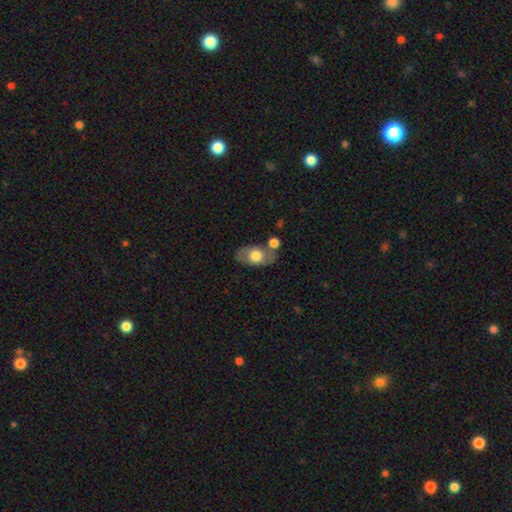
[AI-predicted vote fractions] This is possibly a smooth galaxy (59%). How rounded: clearly in between (83%). Merging: possibly none (59%).